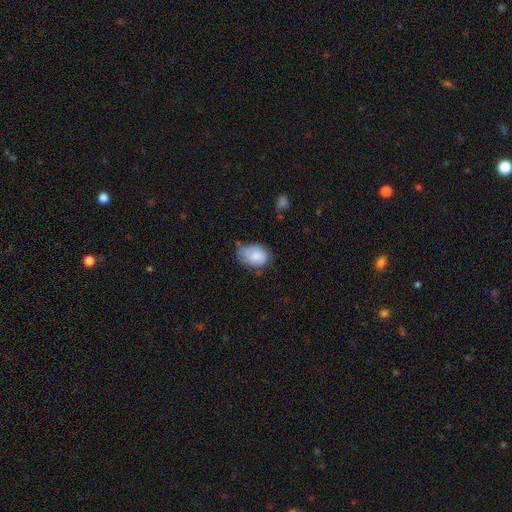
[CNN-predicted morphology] A smooth galaxy with no disk features (77%) that is in between round and cigar-shaped (76%). Merging: minor disturbance (43%).